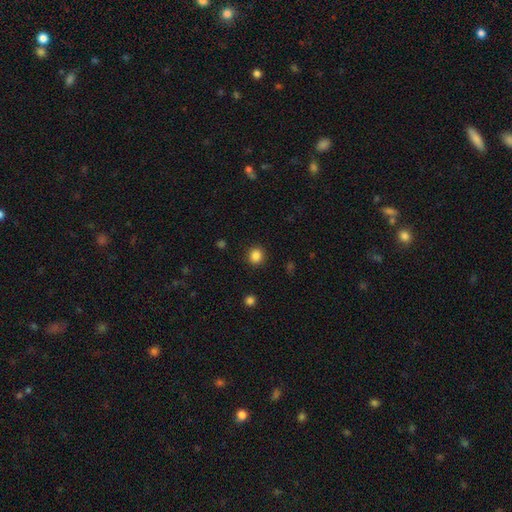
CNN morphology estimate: smooth_or_featured: smooth (p=0.85) [alt: star or artifact p=0.11]
how_rounded: round (p=0.90) [alt: in between p=0.09]
merging: none (p=0.91) [alt: minor disturbance p=0.05]